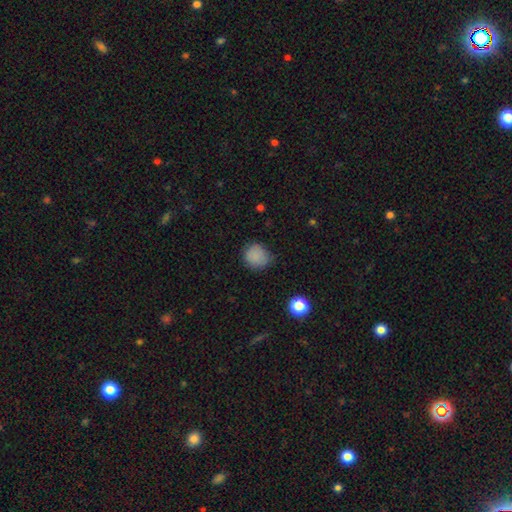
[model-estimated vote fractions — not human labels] Q: Smooth or featured?
A: smooth (84%); runner-up: star or artifact (11%)
Q: How rounded?
A: round (83%); runner-up: in between (16%)
Q: Merging?
A: none (68%); runner-up: minor disturbance (26%)